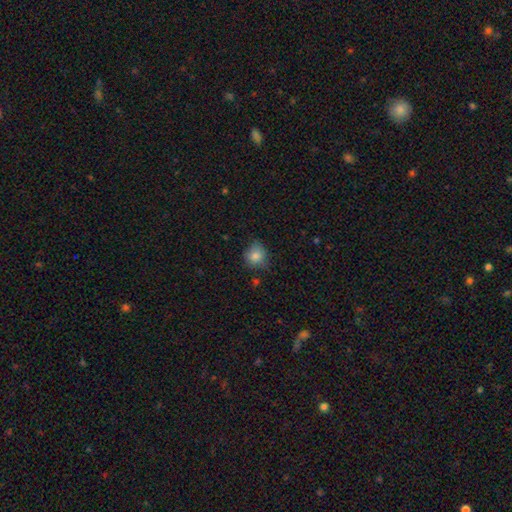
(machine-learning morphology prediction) Smooth or featured? Predicted: smooth (p=0.82). How rounded? Predicted: round (p=0.76). Merging? Predicted: none (p=0.66).